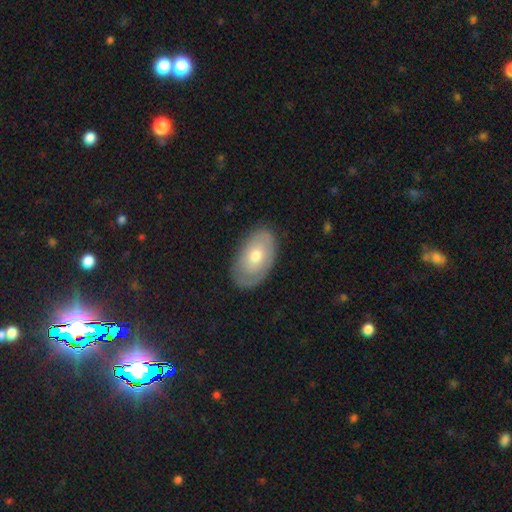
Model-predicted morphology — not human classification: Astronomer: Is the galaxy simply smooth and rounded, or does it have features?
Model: smooth — 57% (runner-up: featured or disk, 37%).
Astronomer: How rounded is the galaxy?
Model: in between — 92%.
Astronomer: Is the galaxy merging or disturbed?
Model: none — 81%.